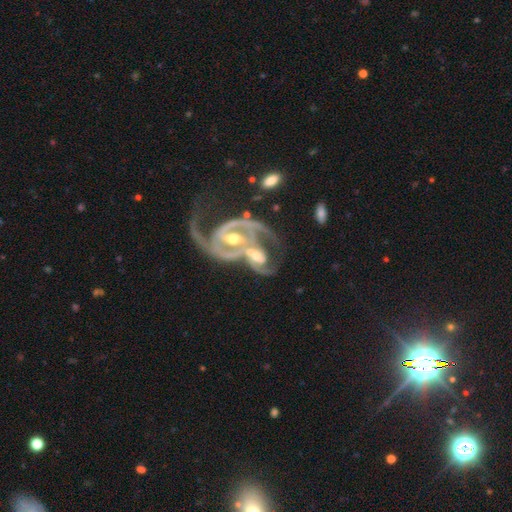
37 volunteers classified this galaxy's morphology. type=featured or disk (92%); edge-on=no (97%); bar=weak (45%); spiral arms=yes (100%); winding=medium (52%); arm count=2 (58%); bulge=moderate (76%); merging=merger (100%).